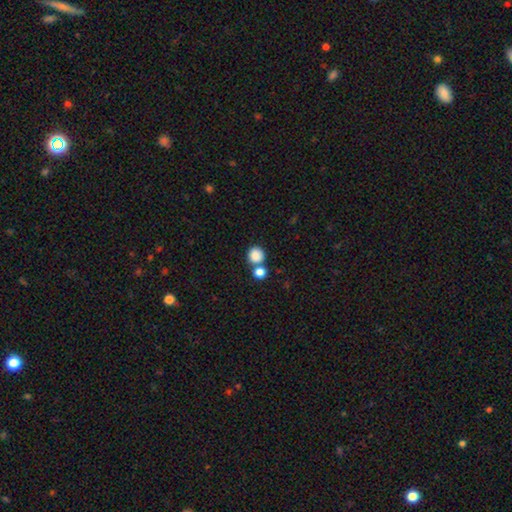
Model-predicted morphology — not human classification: Smooth or featured? smooth (85%)
How rounded? round (87%)
Merging? none (58%)